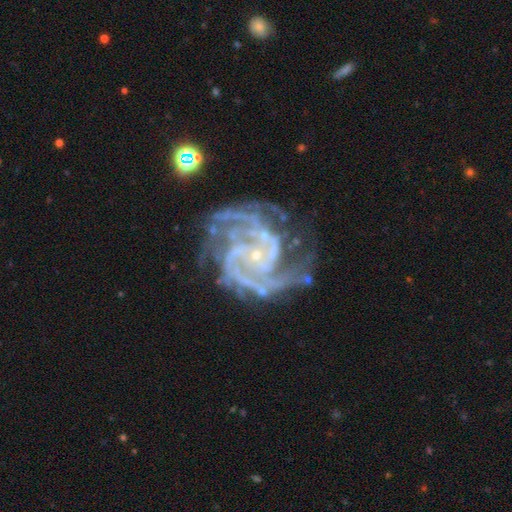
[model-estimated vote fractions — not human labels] This is clearly a featured or disk galaxy (93%). It is clearly not viewed edge-on (98%). Bar: likely no (63%). Spiral arm pattern: clearly yes (99%). Spiral arm count: marginally 3 (28%). Spiral winding: possibly tight (54%). Central bulge: clearly small (86%). Merging: likely none (66%).